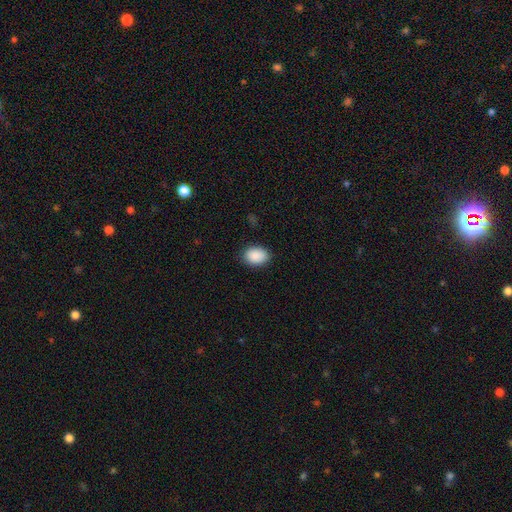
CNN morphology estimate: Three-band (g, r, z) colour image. It shows a smooth galaxy with no disk features (89%) that is in between round and cigar-shaped (77%). Merging: none (86%).